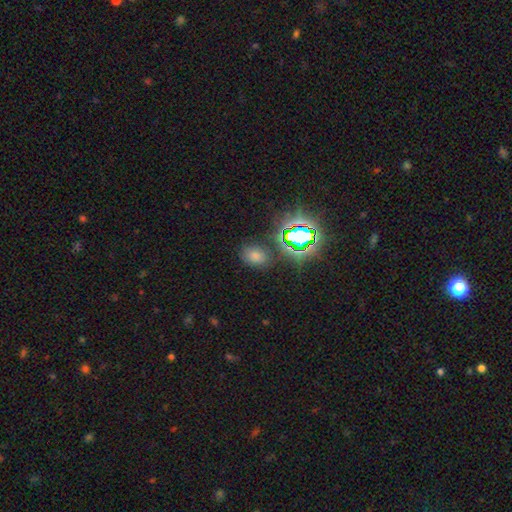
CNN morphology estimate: The model was most divided on "smooth or featured": smooth: 63%, star or artifact: 29%, featured or disk: 8%. More confident: merging — none (80%); how rounded — in between (72%).